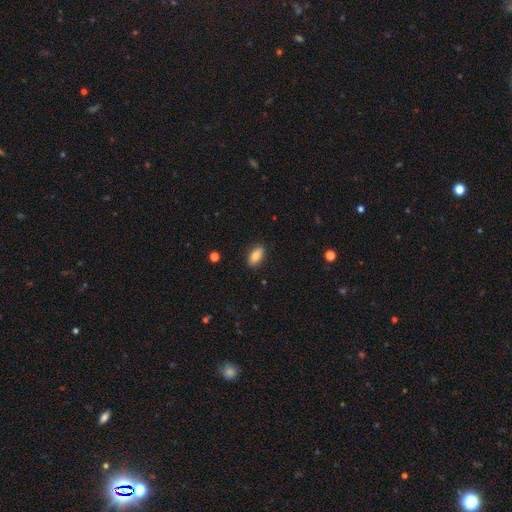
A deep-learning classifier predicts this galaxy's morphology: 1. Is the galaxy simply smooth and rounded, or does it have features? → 83% smooth, 10% featured or disk, 7% star or artifact.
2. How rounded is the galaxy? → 86% in between, 10% cigar-shaped, 4% round.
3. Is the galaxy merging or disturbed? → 88% none, 9% minor disturbance, 2% major disturbance, 1% merger.